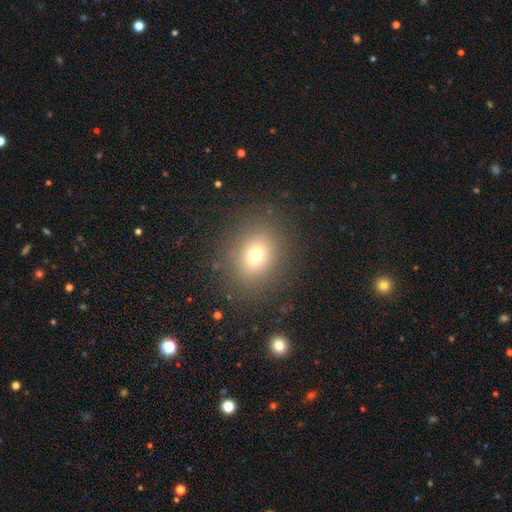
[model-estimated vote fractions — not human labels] This is likely a smooth galaxy (71%). How rounded: possibly round (54%). Merging: clearly none (85%).